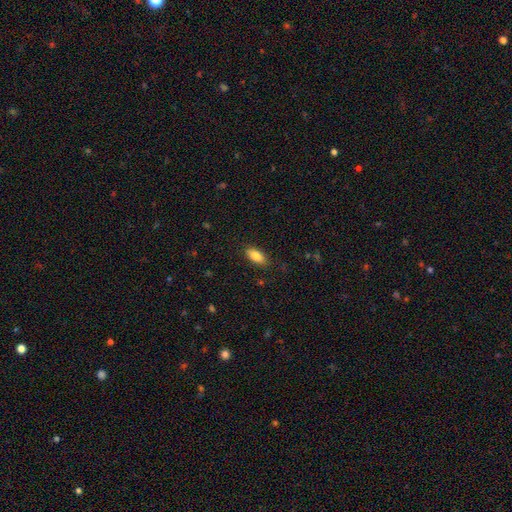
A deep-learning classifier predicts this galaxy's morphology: smooth 85%, featured or disk 8%, star or artifact 7%. Down the decision tree: how rounded — in between (87%); merging — none (86%).